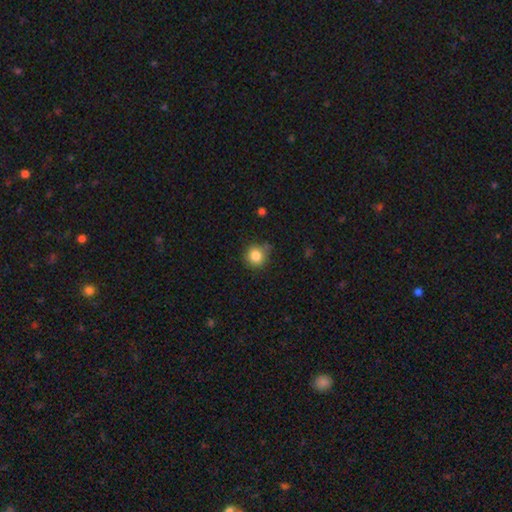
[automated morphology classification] Smooth or featured?
  - smooth: 84% *
  - star or artifact: 11%
  - featured or disk: 5%
How rounded?
  - round: 89% *
  - in between: 10%
  - cigar-shaped: 1%
Merging?
  - none: 73% *
  - minor disturbance: 19%
  - major disturbance: 4%
  - merger: 4%